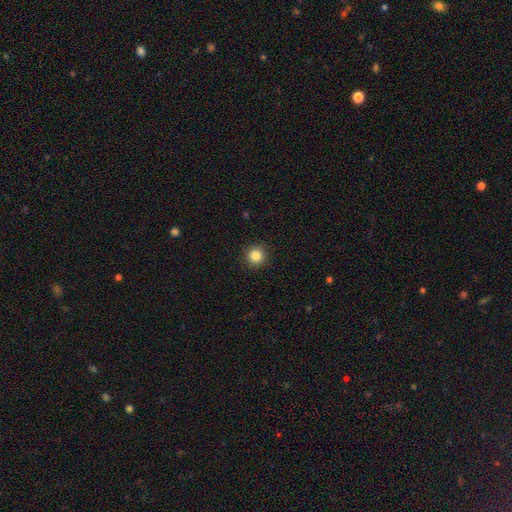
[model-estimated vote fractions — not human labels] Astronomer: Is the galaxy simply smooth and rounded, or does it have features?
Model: smooth — 85%.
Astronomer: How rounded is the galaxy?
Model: round — 95%.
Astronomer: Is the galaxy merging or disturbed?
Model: none — 92%.